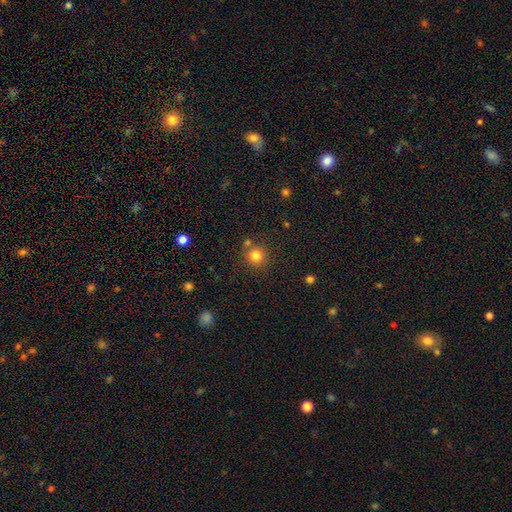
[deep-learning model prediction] This appears to be a smooth galaxy with no disk features (80%) that is round (93%). Merging: none (77%).